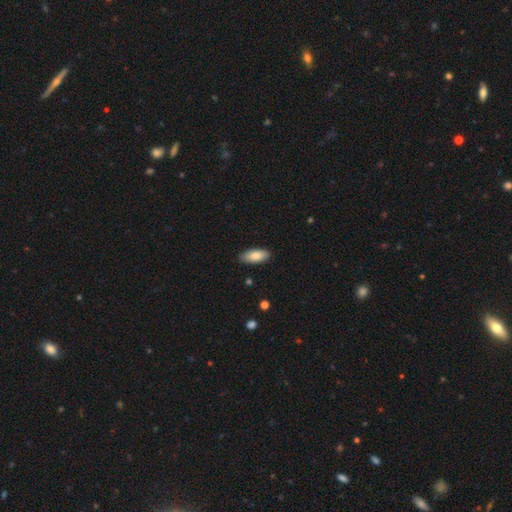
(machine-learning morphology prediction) type=smooth (84%); roundness=in between (86%); merging=none (87%).